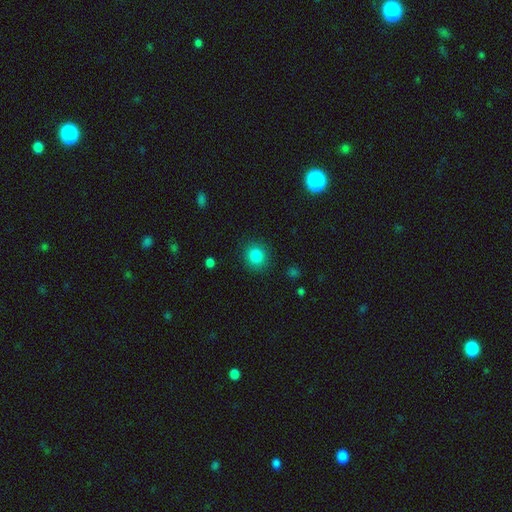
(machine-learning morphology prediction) The model was most divided on "how rounded": round: 84%, in between: 15%, cigar-shaped: 1%. More confident: merging — none (89%); smooth or featured — smooth (84%).